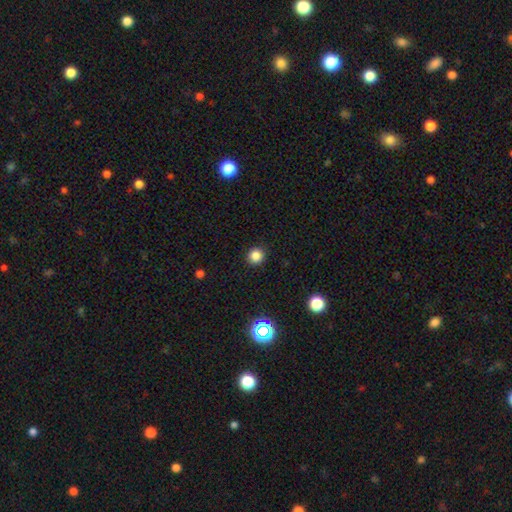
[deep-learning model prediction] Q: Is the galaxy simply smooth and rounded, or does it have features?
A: smooth — 83%.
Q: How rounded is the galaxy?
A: round — 94%.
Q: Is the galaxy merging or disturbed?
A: none — 92%.